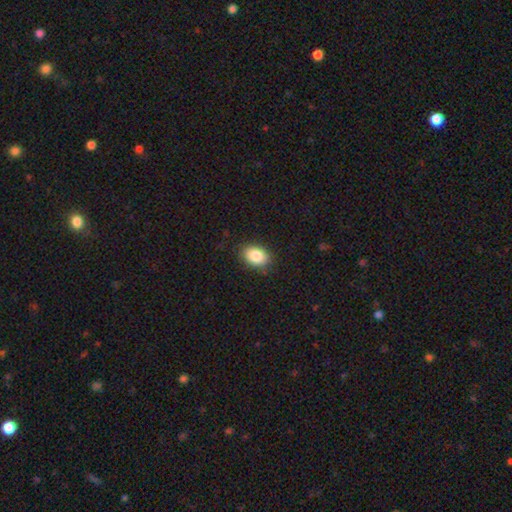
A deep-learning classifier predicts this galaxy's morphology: Smooth or featured: smooth — 87% (star or artifact — 8%)
How rounded: in between — 79% (round — 20%)
Merging: none — 86% (minor disturbance — 10%)